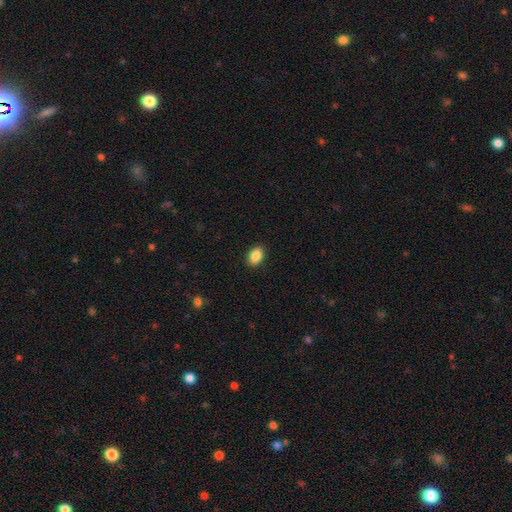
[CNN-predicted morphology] smooth-or-featured: smooth: 88% | star or artifact: 8% | featured or disk: 4%
  how-rounded: in between: 89% | round: 10% | cigar-shaped: 2%
  merging: none: 90% | minor disturbance: 8% | major disturbance: 2% | merger: 1%